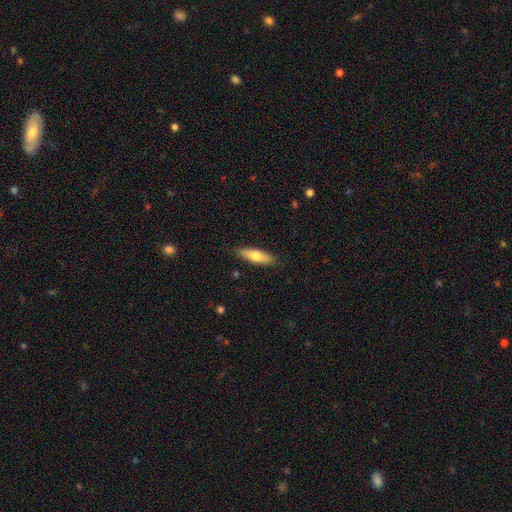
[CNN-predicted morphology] smooth-or-featured: smooth: 69% | featured or disk: 25% | star or artifact: 6%
  how-rounded: cigar-shaped: 55% | in between: 43% | round: 2%
  merging: none: 85% | minor disturbance: 12% | major disturbance: 2% | merger: 1%